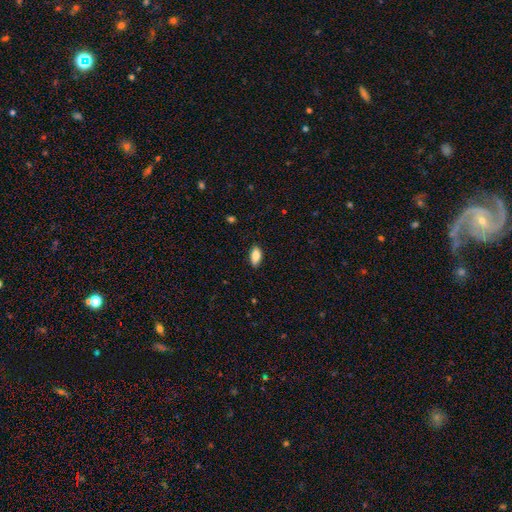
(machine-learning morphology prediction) A smooth galaxy with no disk features (84%) that is in between round and cigar-shaped (87%).

Vote fractions:
- Smooth or featured? smooth: 84% / featured or disk: 9% / star or artifact: 7%
- How rounded? in between: 87% / cigar-shaped: 10% / round: 3%
- Merging? none: 84% / minor disturbance: 13% / major disturbance: 2% / merger: 1%